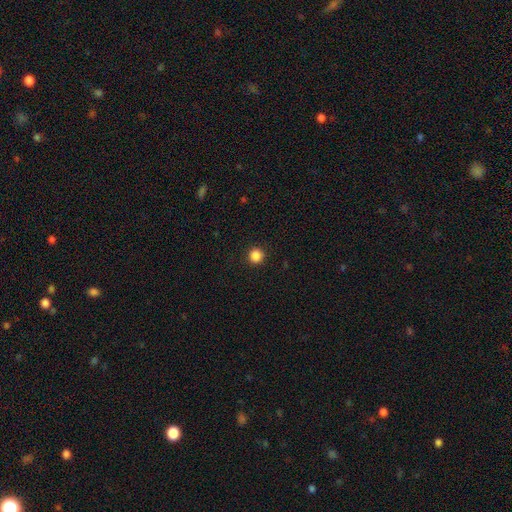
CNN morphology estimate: The model was most divided on "smooth or featured": smooth: 86%, star or artifact: 11%, featured or disk: 3%. More confident: how rounded — round (96%); merging — none (93%).